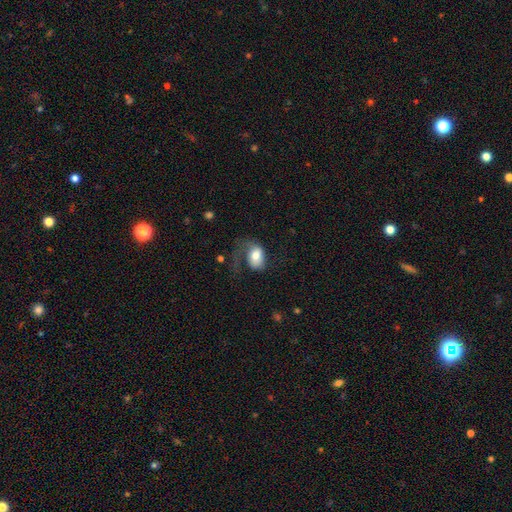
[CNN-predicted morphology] Smooth or featured?
  - smooth: 63% *
  - featured or disk: 30%
  - star or artifact: 7%
How rounded?
  - in between: 79% *
  - round: 20%
  - cigar-shaped: 1%
Merging?
  - major disturbance: 47% *
  - none: 28%
  - minor disturbance: 22%
  - merger: 3%